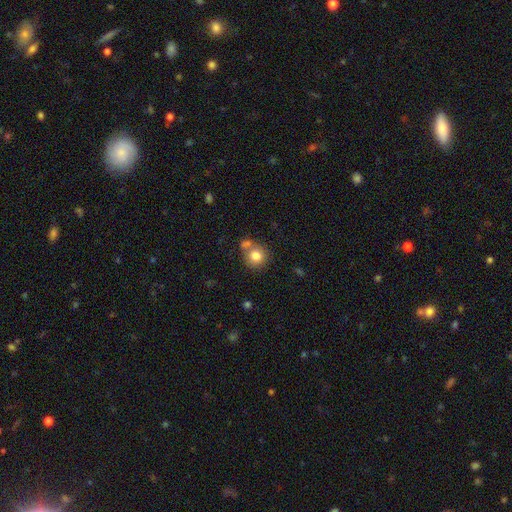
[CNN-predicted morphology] This is clearly a smooth galaxy (80%). How rounded: clearly round (89%). Merging: possibly none (56%).